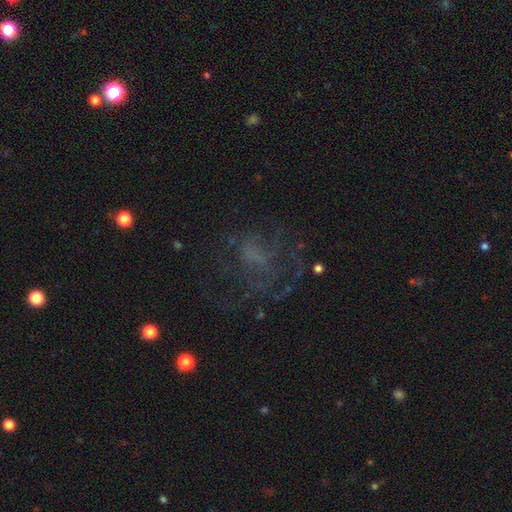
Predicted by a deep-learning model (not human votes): Smooth or featured? Predicted: featured or disk (p=0.50). Merging? Predicted: none (p=0.50).